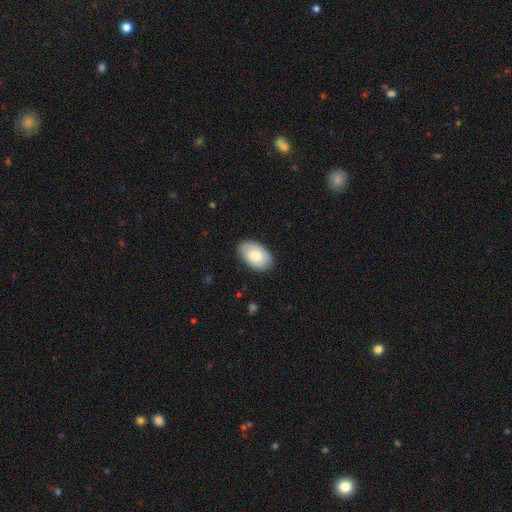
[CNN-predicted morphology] Q: Smooth or featured?
A: smooth (72%); runner-up: featured or disk (22%)
Q: How rounded?
A: in between (93%); runner-up: round (6%)
Q: Merging?
A: none (83%); runner-up: minor disturbance (14%)